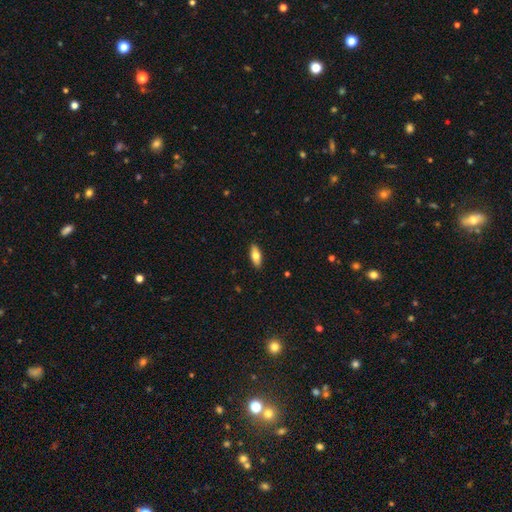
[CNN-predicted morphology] This appears to be a smooth galaxy with no disk features (73%) that is in between round and cigar-shaped (78%). Merging: none (90%).